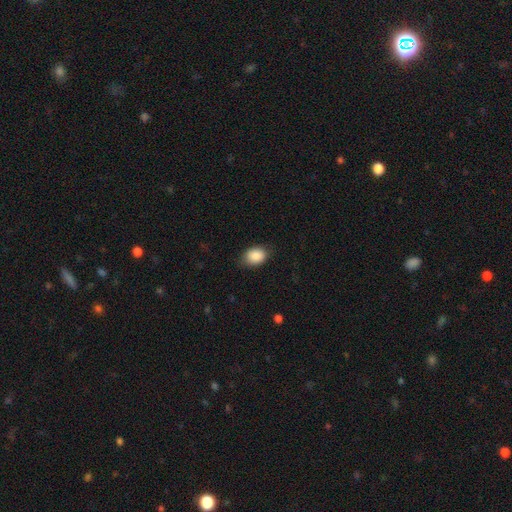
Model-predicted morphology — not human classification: This is clearly a smooth galaxy (88%). How rounded: likely in between (72%). Merging: likely none (78%).